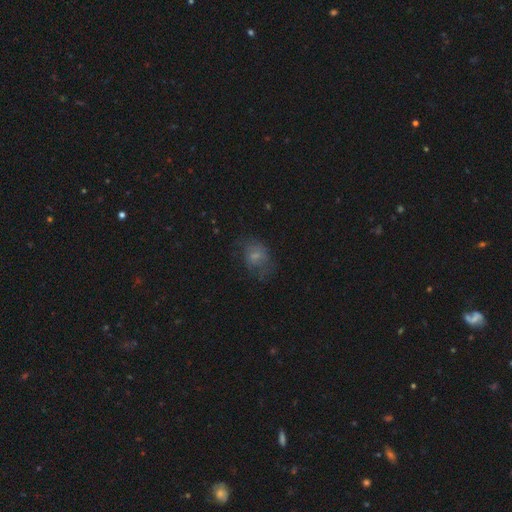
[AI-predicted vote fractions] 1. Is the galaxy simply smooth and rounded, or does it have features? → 55% smooth, 31% featured or disk, 14% star or artifact.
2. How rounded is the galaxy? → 62% in between, 37% round, 1% cigar-shaped.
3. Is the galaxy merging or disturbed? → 52% none, 24% minor disturbance, 22% major disturbance, 2% merger.